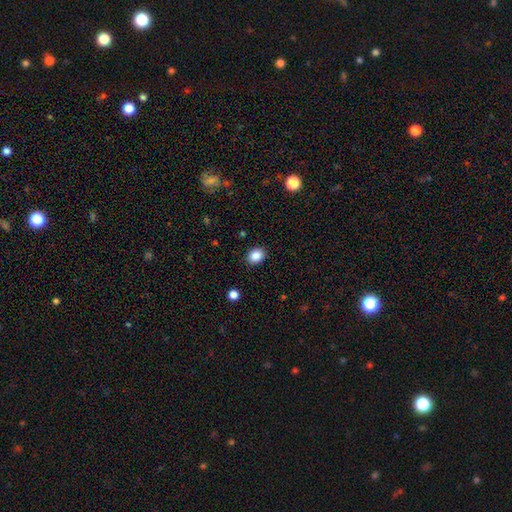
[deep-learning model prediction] smooth 87%, star or artifact 9%, featured or disk 4%. Down the decision tree: how rounded — in between (51%); merging — none (89%).